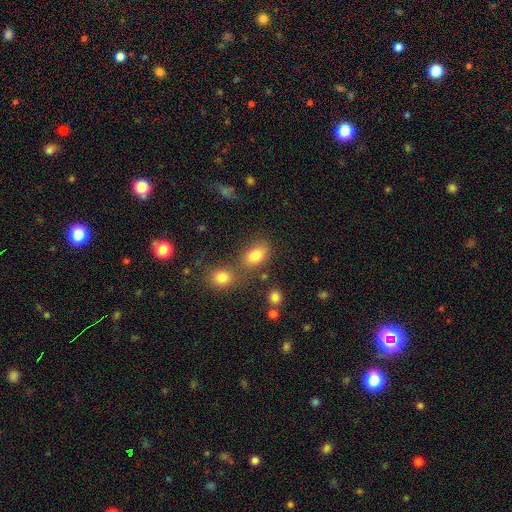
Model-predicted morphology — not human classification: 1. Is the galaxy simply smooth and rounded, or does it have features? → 81% smooth, 11% star or artifact, 8% featured or disk.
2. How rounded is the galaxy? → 83% in between, 15% round, 2% cigar-shaped.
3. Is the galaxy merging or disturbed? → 57% none, 23% merger, 14% minor disturbance, 6% major disturbance.